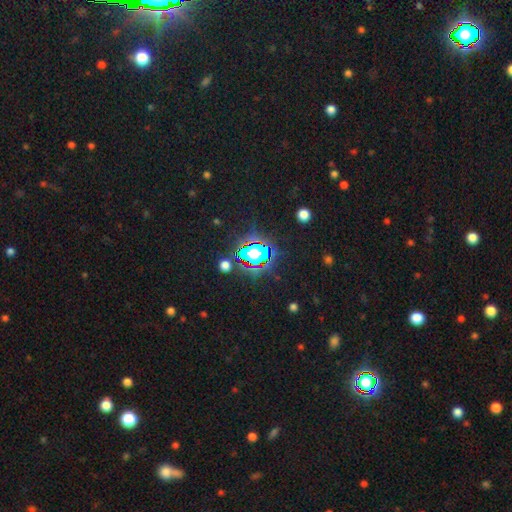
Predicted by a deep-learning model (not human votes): A star or artifact, not a galaxy (62%).